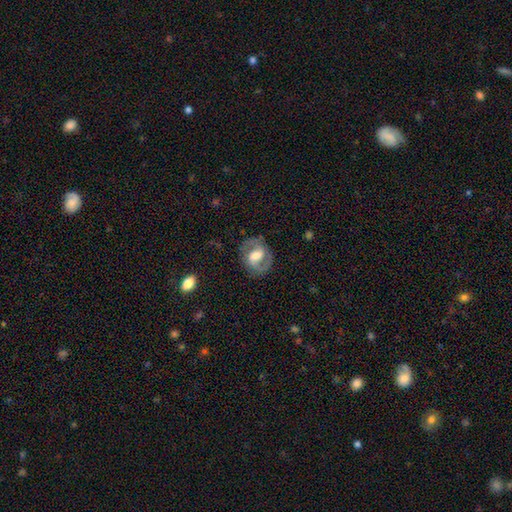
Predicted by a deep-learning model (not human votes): Smooth or featured?
  - featured or disk: 76% *
  - smooth: 19%
  - star or artifact: 6%
Edge-on disk?
  - no: 97% *
  - yes: 3%
Bar?
  - weak: 47% *
  - strong: 30%
  - no: 23%
Spiral arms?
  - yes: 87% *
  - no: 13%
Spiral winding?
  - medium: 54% *
  - tight: 29%
  - loose: 18%
Spiral arm count?
  - 2: 88% *
  - can't tell: 5%
  - 1: 3%
  - 3: 1%
  - 4: 1%
  - more than 4: 1%
Bulge size?
  - moderate: 50% *
  - large: 29%
  - small: 15%
  - none: 4%
  - dominant: 2%
Merging?
  - none: 79% *
  - minor disturbance: 13%
  - major disturbance: 6%
  - merger: 1%